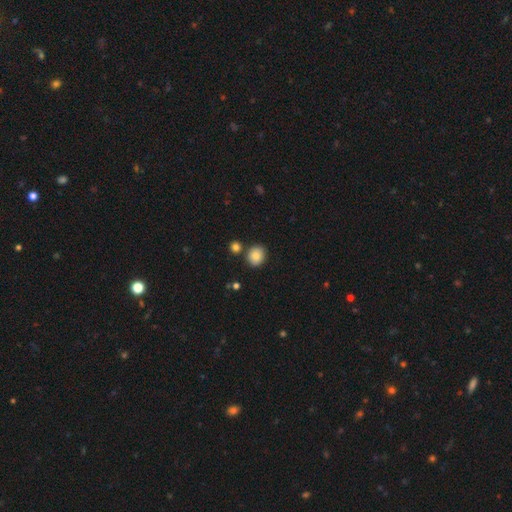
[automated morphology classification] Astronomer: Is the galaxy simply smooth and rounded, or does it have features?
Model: smooth — 84%.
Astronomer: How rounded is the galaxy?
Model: round — 74%.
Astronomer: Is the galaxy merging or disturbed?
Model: none — 81%.